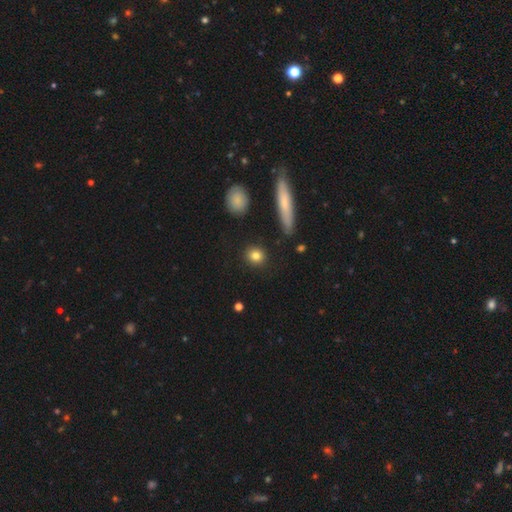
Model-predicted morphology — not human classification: Smooth or featured: smooth — 83% (star or artifact — 9%)
How rounded: round — 85% (in between — 13%)
Merging: none — 89% (minor disturbance — 7%)